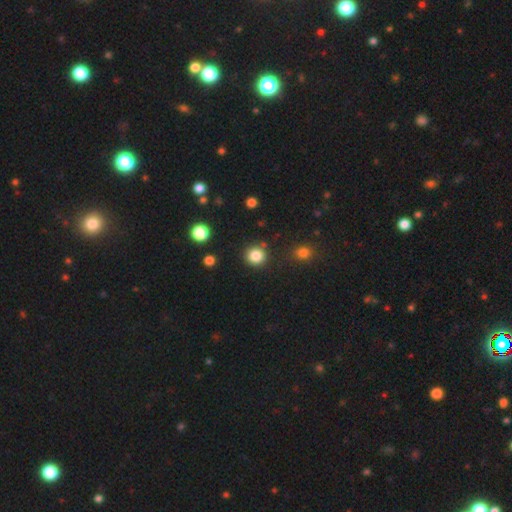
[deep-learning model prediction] Q: Smooth or featured?
A: smooth (85%); runner-up: star or artifact (11%)
Q: How rounded?
A: round (92%); runner-up: in between (7%)
Q: Merging?
A: none (86%); runner-up: minor disturbance (7%)